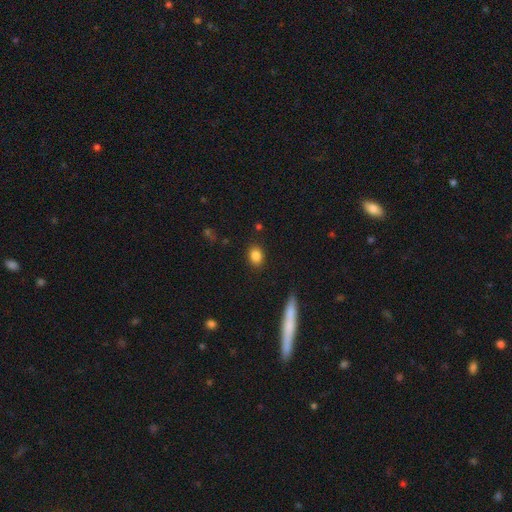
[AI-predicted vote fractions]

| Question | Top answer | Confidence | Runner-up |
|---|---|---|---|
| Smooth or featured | smooth | 85% | star or artifact (9%) |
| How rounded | in between | 60% | round (38%) |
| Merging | none | 87% | minor disturbance (8%) |